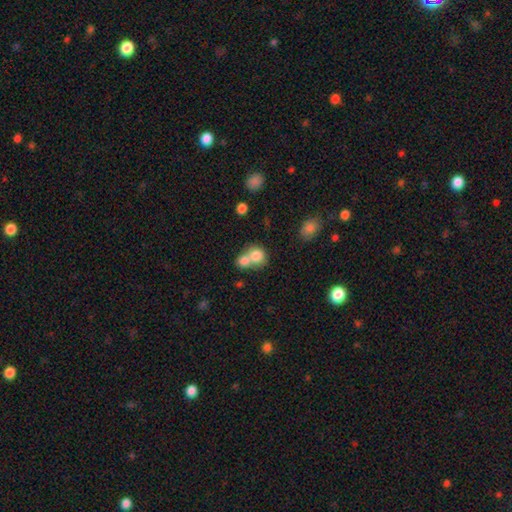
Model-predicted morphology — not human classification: The model was most divided on "merging": merger: 63%, none: 28%, minor disturbance: 6%, major disturbance: 3%. More confident: smooth or featured — smooth (79%); how rounded — round (73%).